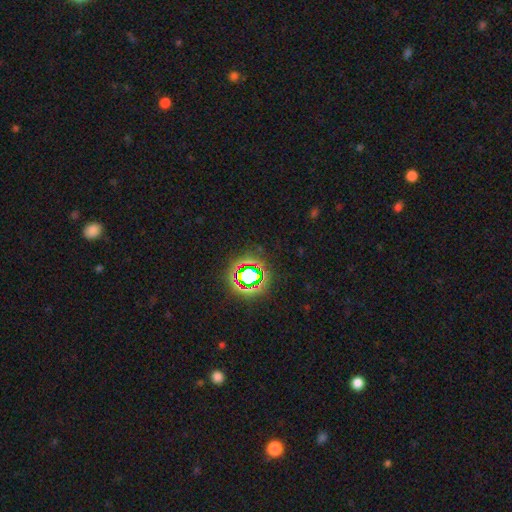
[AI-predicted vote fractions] Smooth or featured? star or artifact (77%)